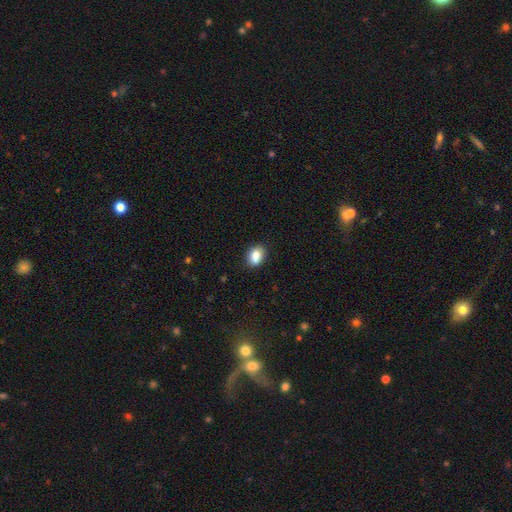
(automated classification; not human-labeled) This appears to be a smooth galaxy with no disk features (81%) that is in between round and cigar-shaped (65%). Merging: none (73%).